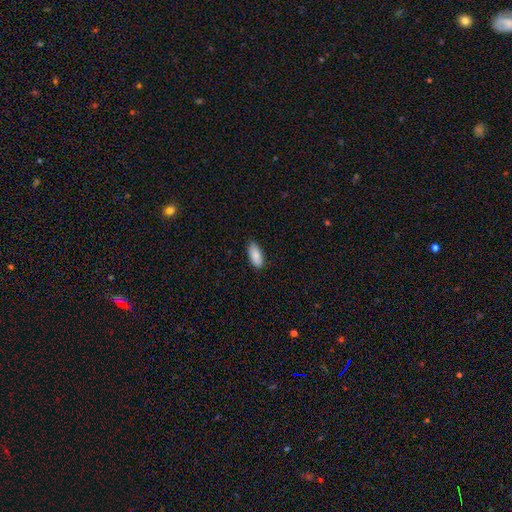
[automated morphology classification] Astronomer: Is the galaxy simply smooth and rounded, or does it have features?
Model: smooth — 86%.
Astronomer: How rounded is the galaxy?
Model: in between — 87%.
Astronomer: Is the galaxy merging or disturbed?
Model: none — 82%.